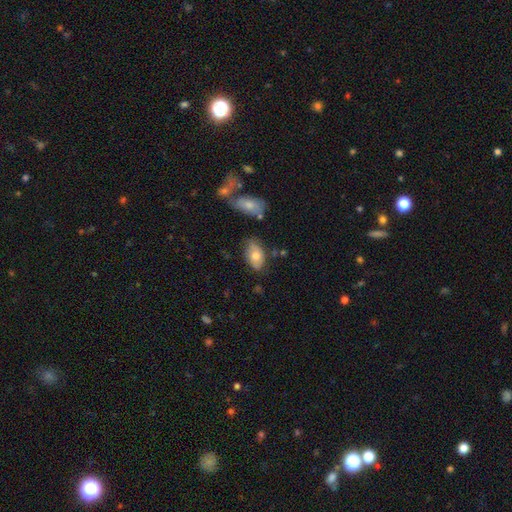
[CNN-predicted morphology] This appears to be a smooth galaxy with no disk features (68%) that is in between round and cigar-shaped (92%). Merging: none (66%).